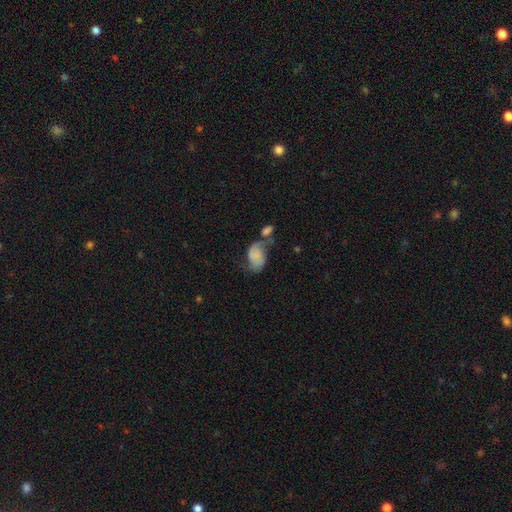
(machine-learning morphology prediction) Overall: smooth (52%; featured or disk 39%). How rounded: in between (87%). Merging: merger (33%; none 27%).